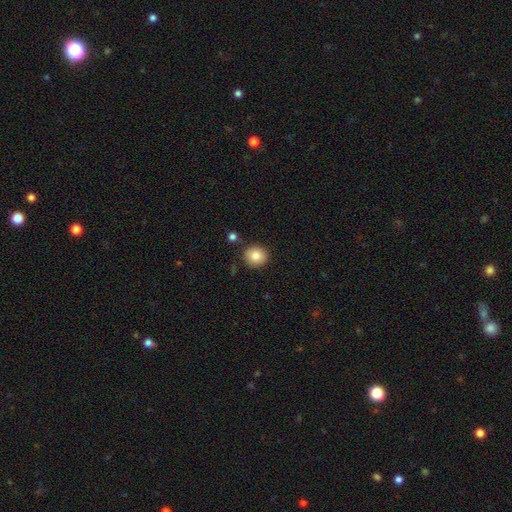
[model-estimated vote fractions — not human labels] A smooth galaxy with no disk features (84%) that is round (89%). Merging: none (86%).